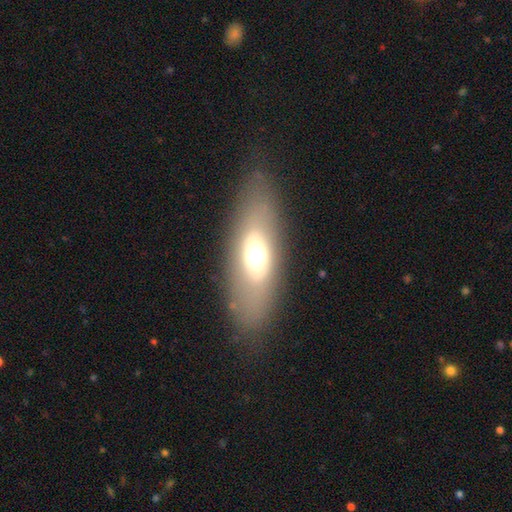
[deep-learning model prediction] smooth-or-featured: smooth: 53% | featured or disk: 36% | star or artifact: 11%
  how-rounded: in between: 70% | cigar-shaped: 23% | round: 8%
  merging: none: 83% | minor disturbance: 10% | major disturbance: 6% | merger: 1%